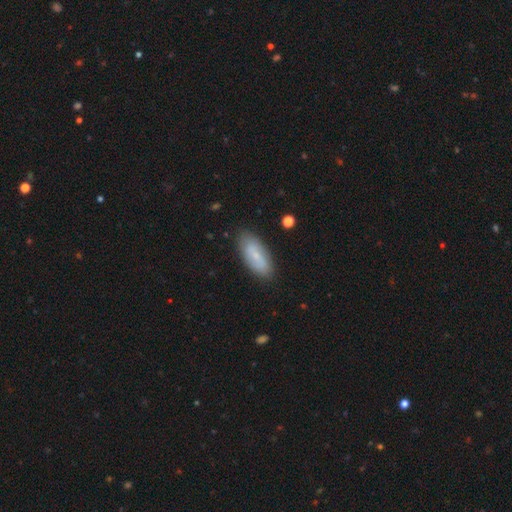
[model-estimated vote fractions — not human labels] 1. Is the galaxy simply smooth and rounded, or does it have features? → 63% smooth, 30% featured or disk, 7% star or artifact.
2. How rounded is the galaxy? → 82% in between, 16% cigar-shaped, 2% round.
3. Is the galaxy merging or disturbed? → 84% none, 12% minor disturbance, 2% major disturbance, 2% merger.